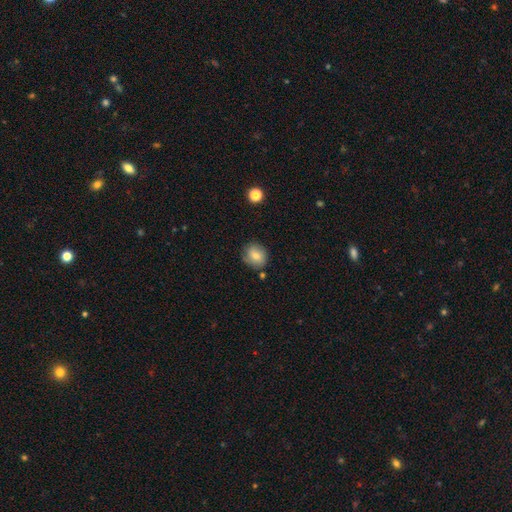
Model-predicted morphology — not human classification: smooth 74%, featured or disk 17%, star or artifact 9%. Down the decision tree: how rounded — round (73%); merging — none (74%).